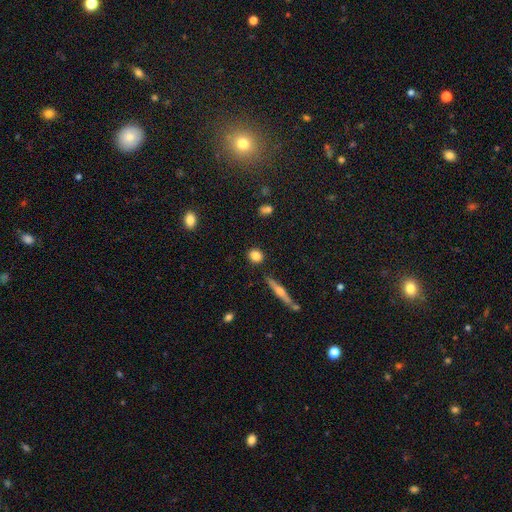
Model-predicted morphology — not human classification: Smooth or featured?
  - smooth: 82% *
  - featured or disk: 9%
  - star or artifact: 9%
How rounded?
  - round: 77% *
  - in between: 19%
  - cigar-shaped: 4%
Merging?
  - none: 87% *
  - minor disturbance: 8%
  - merger: 3%
  - major disturbance: 2%